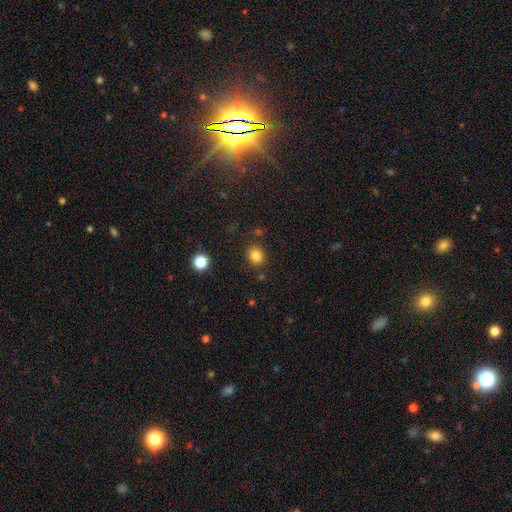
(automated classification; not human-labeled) smooth-or-featured: smooth: 83% | star or artifact: 12% | featured or disk: 5%
  how-rounded: round: 72% | in between: 27% | cigar-shaped: 1%
  merging: none: 83% | minor disturbance: 9% | merger: 4% | major disturbance: 3%